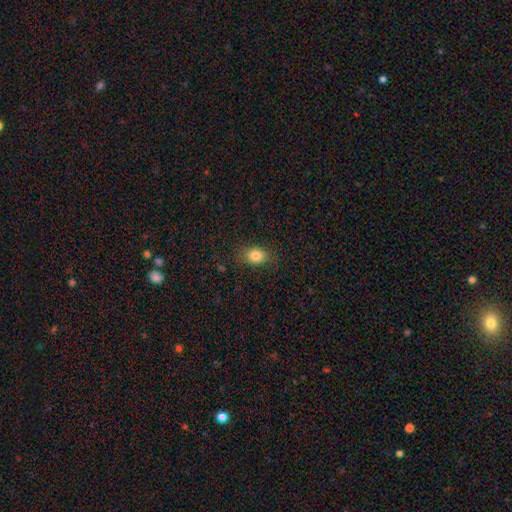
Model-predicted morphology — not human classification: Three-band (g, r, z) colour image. It shows a smooth galaxy with no disk features (83%) that is in between round and cigar-shaped (72%). Merging: none (83%).